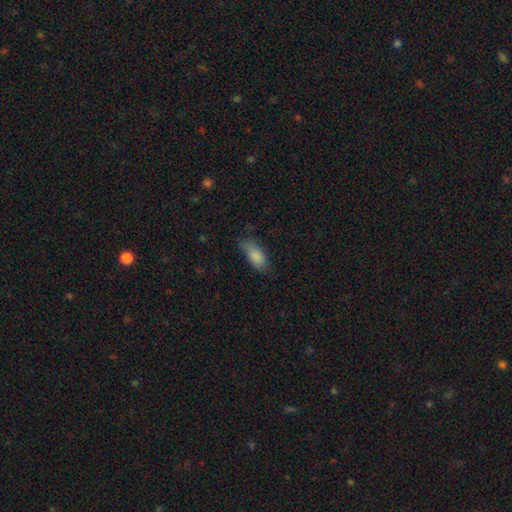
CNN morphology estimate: smooth-or-featured: smooth: 85% | featured or disk: 7% | star or artifact: 7%
  how-rounded: in between: 83% | cigar-shaped: 14% | round: 3%
  merging: none: 59% | minor disturbance: 31% | major disturbance: 8% | merger: 2%